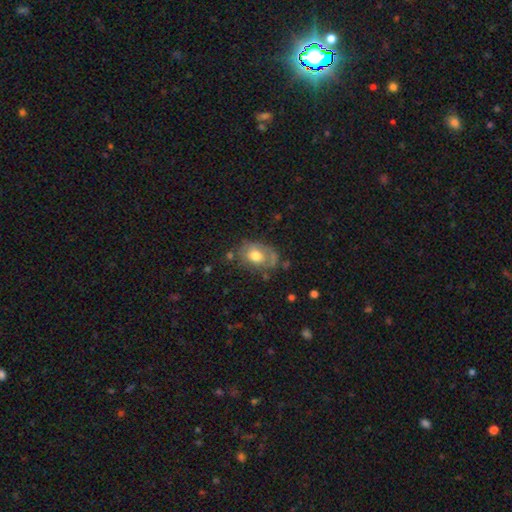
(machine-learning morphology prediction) Smooth or featured? Predicted: smooth (p=0.58). How rounded? Predicted: in between (p=0.73). Merging? Predicted: none (p=0.55).